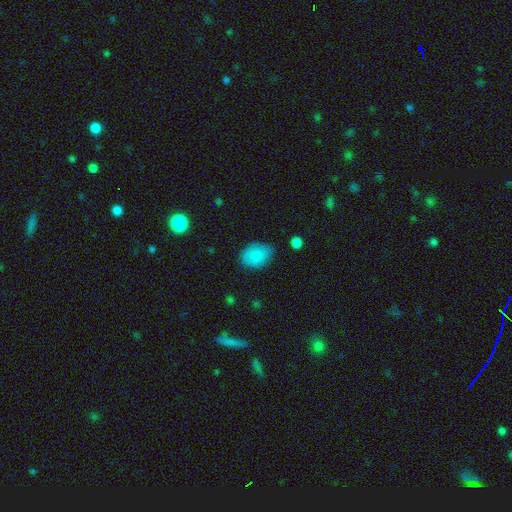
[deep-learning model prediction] smooth 86%, star or artifact 8%, featured or disk 7%. Down the decision tree: how rounded — in between (72%); merging — none (70%).